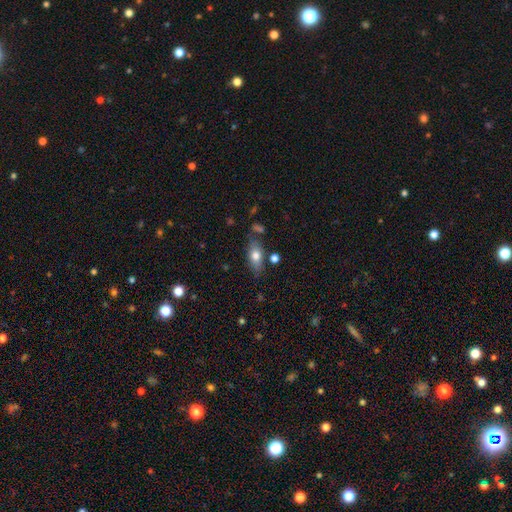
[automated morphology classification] This appears to be a smooth galaxy with no disk features (72%) that is in between round and cigar-shaped (83%). Merging: none (74%).